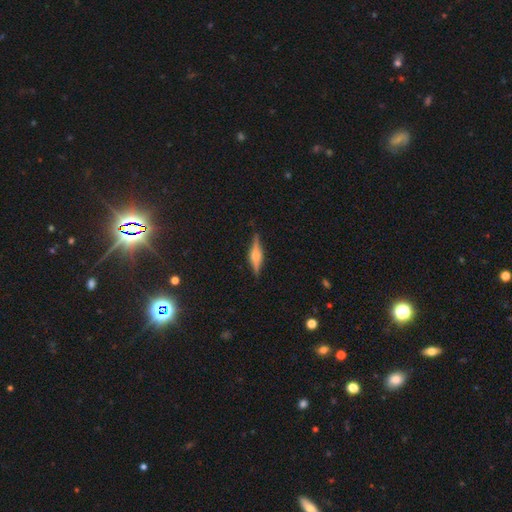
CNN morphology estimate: Overall: featured or disk (70%). Edge-on disk: yes (97%). Edge-on bulge: rounded (82%). Merging: none (86%).